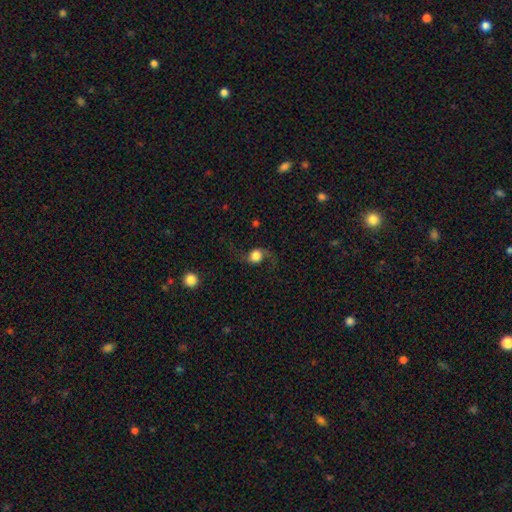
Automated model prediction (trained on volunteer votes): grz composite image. It shows a featured or disk galaxy (54%) with no bar (74%), spiral arms (92%) and a large central bulge (43%). Merging: none (64%).